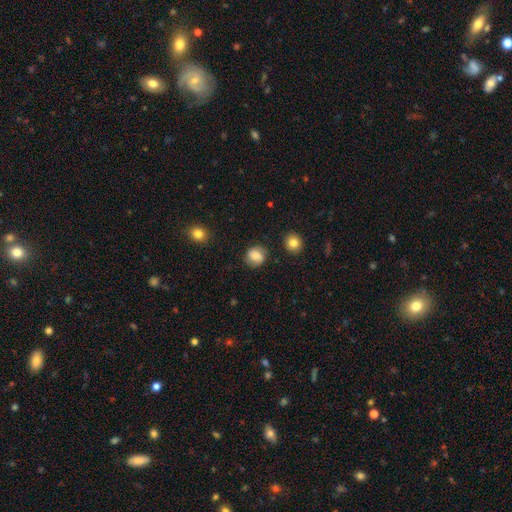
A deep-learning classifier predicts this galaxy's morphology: A smooth galaxy with no disk features (77%) that is round (80%). Merging: none (79%).